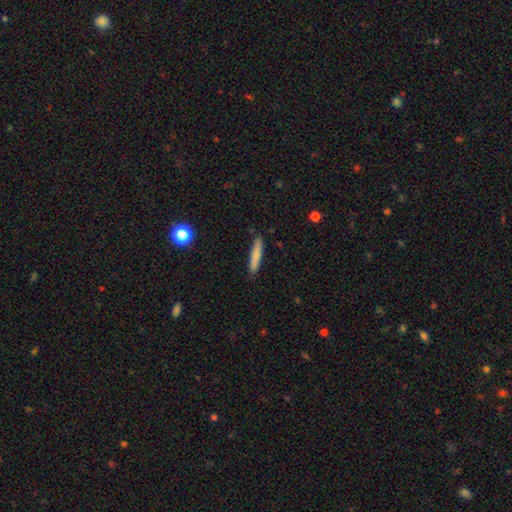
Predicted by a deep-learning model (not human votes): smooth 80%, featured or disk 13%, star or artifact 7%. Down the decision tree: how rounded — cigar-shaped (91%); merging — none (89%).